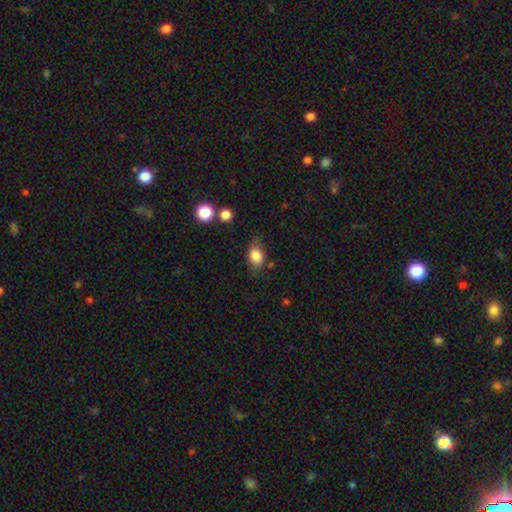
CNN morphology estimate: The model was most divided on "merging": none: 64%, minor disturbance: 24%, major disturbance: 8%, merger: 3%. More confident: smooth or featured — smooth (81%); how rounded — in between (77%).